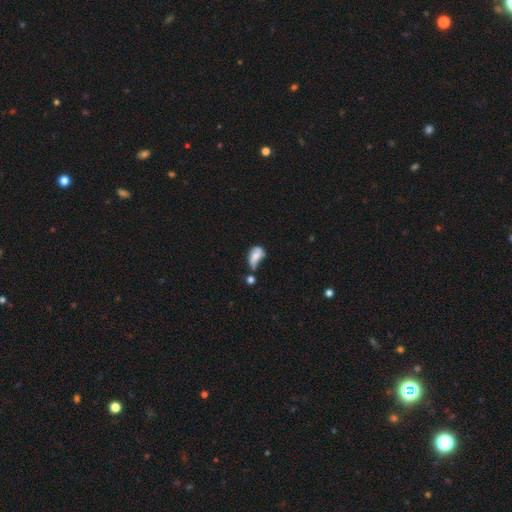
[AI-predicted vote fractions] The model was most divided on "merging" (2-way tie): major disturbance: 26%, merger: 26%, minor disturbance: 25%, none: 22%. More confident: how rounded — in between (84%); smooth or featured — smooth (60%).